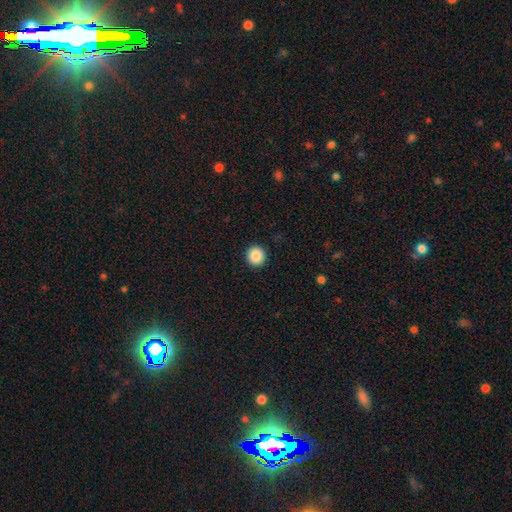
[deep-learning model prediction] A smooth galaxy with no disk features (88%) that is round (93%).

Vote fractions:
- Smooth or featured? smooth: 88% / star or artifact: 9% / featured or disk: 3%
- How rounded? round: 93% / in between: 6% / cigar-shaped: 1%
- Merging? none: 93% / minor disturbance: 5% / major disturbance: 2% / merger: 1%